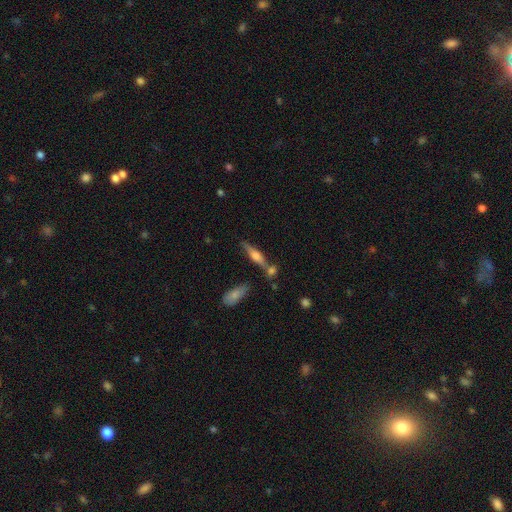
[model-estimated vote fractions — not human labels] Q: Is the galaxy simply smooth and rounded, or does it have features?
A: featured or disk — 55%.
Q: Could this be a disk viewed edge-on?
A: yes — 93%.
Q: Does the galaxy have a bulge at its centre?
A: rounded — 83%.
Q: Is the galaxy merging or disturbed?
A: none — 67%.